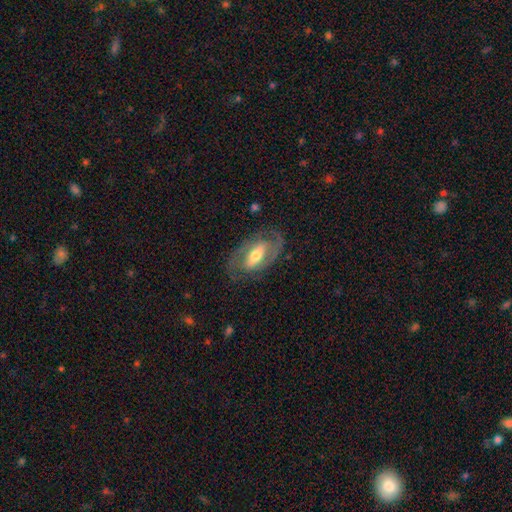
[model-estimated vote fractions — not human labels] A featured or disk galaxy (78%) with a strong bar (50%), 2 (83%) medium (47%) spiral arms (79%) and a moderate central bulge (63%).

Vote fractions:
- Smooth or featured? featured or disk: 78% / smooth: 17% / star or artifact: 5%
- Edge-on disk? no: 92% / yes: 8%
- Bar? strong: 50% / weak: 32% / no: 18%
- Spiral arms? yes: 79% / no: 21%
- Spiral winding? medium: 47% / tight: 37% / loose: 16%
- Spiral arm count? 2: 83% / can't tell: 10% / 1: 4% / 3: 2% / 4: 1% / more than 4: 1%
- Bulge size? moderate: 63% / small: 23% / large: 11% / dominant: 1% / none: 1%
- Merging? none: 76% / minor disturbance: 14% / major disturbance: 9% / merger: 1%